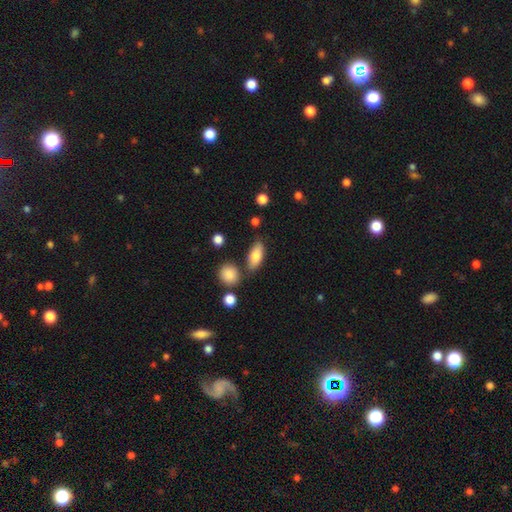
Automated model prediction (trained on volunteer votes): smooth-or-featured: smooth: 80% | featured or disk: 13% | star or artifact: 7%
  how-rounded: in between: 82% | cigar-shaped: 14% | round: 4%
  merging: none: 75% | minor disturbance: 14% | merger: 8% | major disturbance: 4%